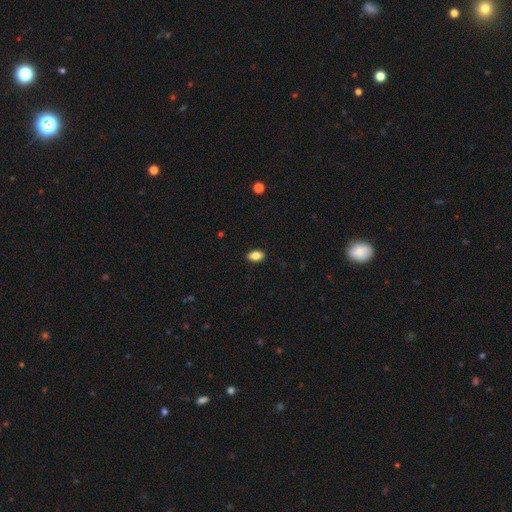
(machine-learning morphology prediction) Smooth or featured? smooth (84%)
How rounded? in between (91%)
Merging? none (89%)